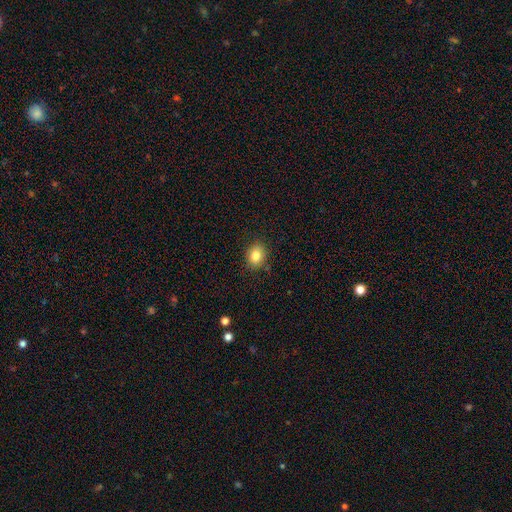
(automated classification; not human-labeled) Smooth or featured: smooth — 82% (star or artifact — 10%)
How rounded: round — 58% (in between — 41%)
Merging: none — 86% (minor disturbance — 10%)